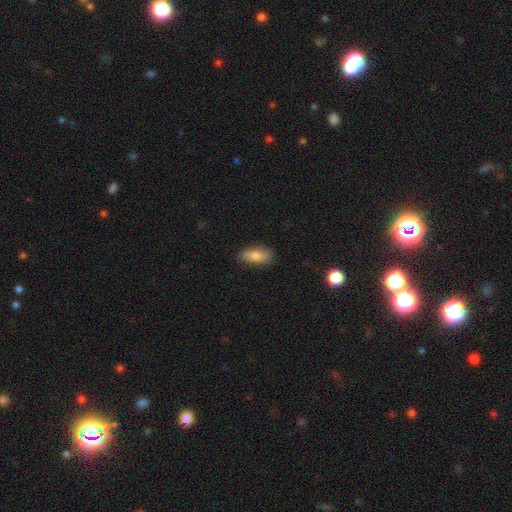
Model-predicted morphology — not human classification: This appears to be a smooth galaxy with no disk features (76%) that is in between round and cigar-shaped (86%). Merging: none (81%).